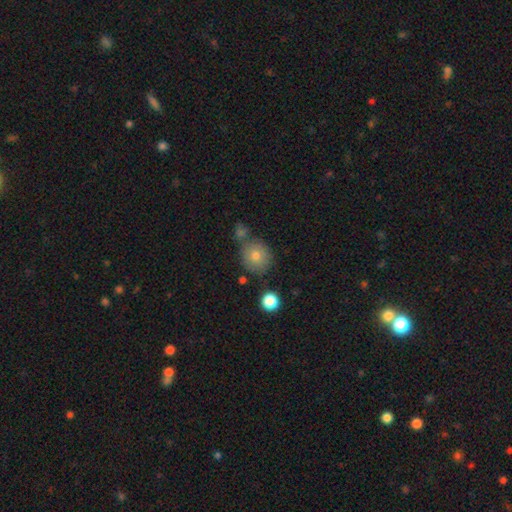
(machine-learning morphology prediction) This is likely a smooth galaxy (74%). How rounded: clearly round (85%). Merging: likely none (66%).